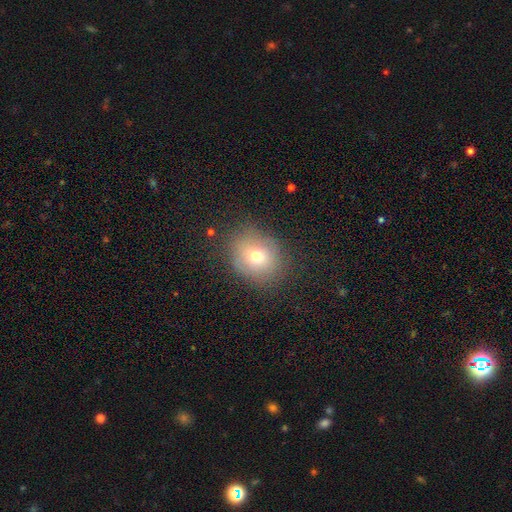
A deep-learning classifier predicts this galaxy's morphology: Smooth or featured? Predicted: smooth (p=0.68). How rounded? Predicted: round (p=0.69). Merging? Predicted: none (p=0.77).